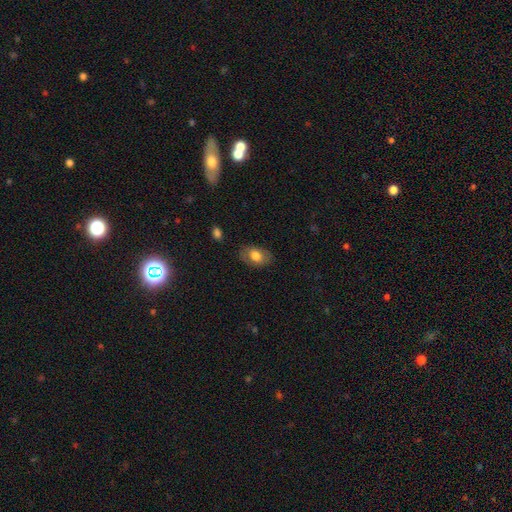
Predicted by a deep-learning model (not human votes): Smooth or featured: smooth — 72% (featured or disk — 21%)
How rounded: in between — 88% (round — 11%)
Merging: none — 81% (minor disturbance — 14%)